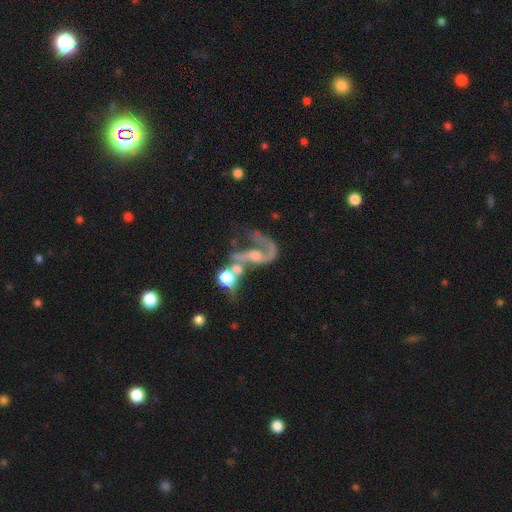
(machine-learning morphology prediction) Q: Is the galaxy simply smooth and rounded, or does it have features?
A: featured or disk — 74%.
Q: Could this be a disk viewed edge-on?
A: no — 96%.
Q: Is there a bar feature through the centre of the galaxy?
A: no — 55%.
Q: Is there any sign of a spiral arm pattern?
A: yes — 83%.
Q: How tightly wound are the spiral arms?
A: loose — 66%.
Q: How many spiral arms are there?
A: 2 — 61%.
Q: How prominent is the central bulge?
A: moderate — 49%.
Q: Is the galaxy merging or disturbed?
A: merger — 41%.